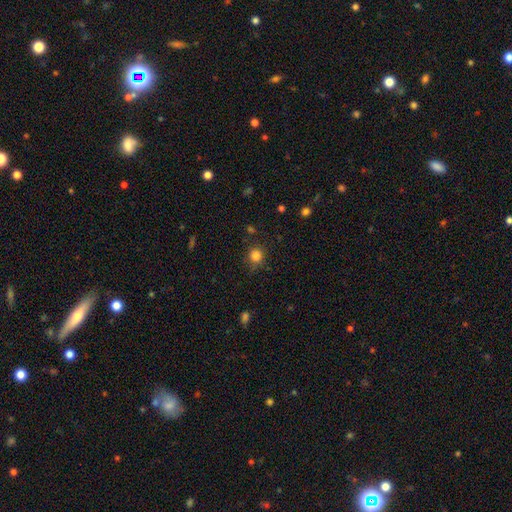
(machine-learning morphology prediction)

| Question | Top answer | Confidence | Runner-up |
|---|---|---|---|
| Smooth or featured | smooth | 84% | star or artifact (12%) |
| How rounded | round | 90% | in between (9%) |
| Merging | none | 80% | minor disturbance (13%) |